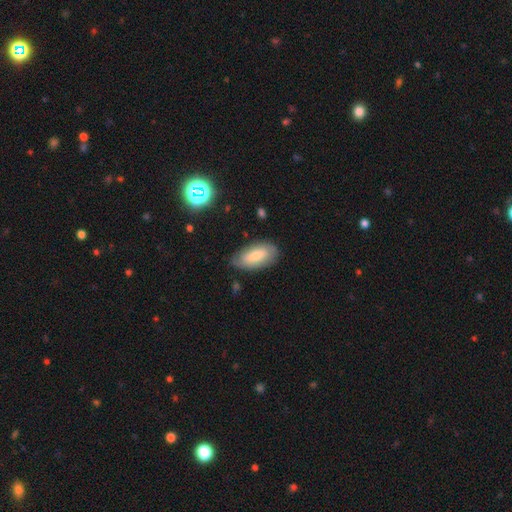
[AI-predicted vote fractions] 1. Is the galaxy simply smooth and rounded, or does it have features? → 69% smooth, 24% featured or disk, 7% star or artifact.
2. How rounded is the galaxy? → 91% in between, 6% cigar-shaped, 3% round.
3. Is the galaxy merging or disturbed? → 74% none, 19% minor disturbance, 5% major disturbance, 2% merger.